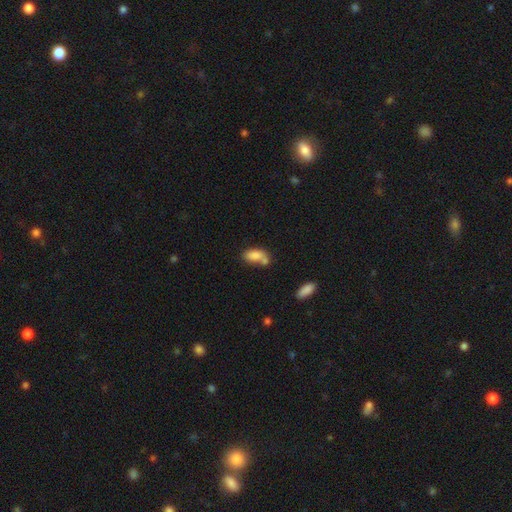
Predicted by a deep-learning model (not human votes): This appears to be a smooth galaxy with no disk features (82%) that is in between round and cigar-shaped (88%). Merging: merger (41%).